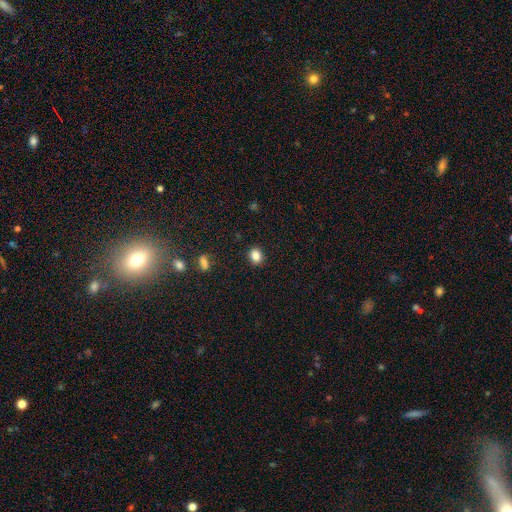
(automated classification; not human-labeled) Q: Smooth or featured?
A: smooth (84%); runner-up: star or artifact (11%)
Q: How rounded?
A: round (60%); runner-up: in between (39%)
Q: Merging?
A: none (90%); runner-up: minor disturbance (7%)